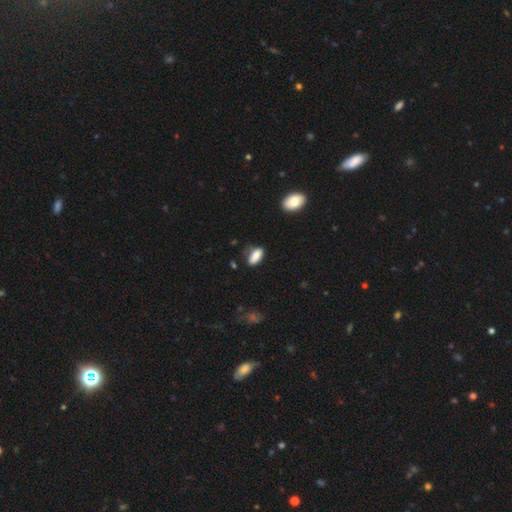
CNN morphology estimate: Smooth or featured? smooth (85%)
How rounded? in between (86%)
Merging? none (60%)